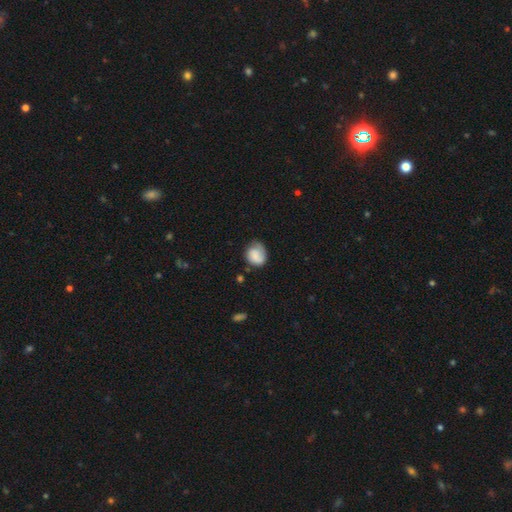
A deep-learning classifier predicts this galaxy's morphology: smooth_or_featured: smooth (p=0.65) [alt: featured or disk p=0.27]
how_rounded: round (p=0.66) [alt: in between p=0.33]
merging: none (p=0.56) [alt: minor disturbance p=0.29]